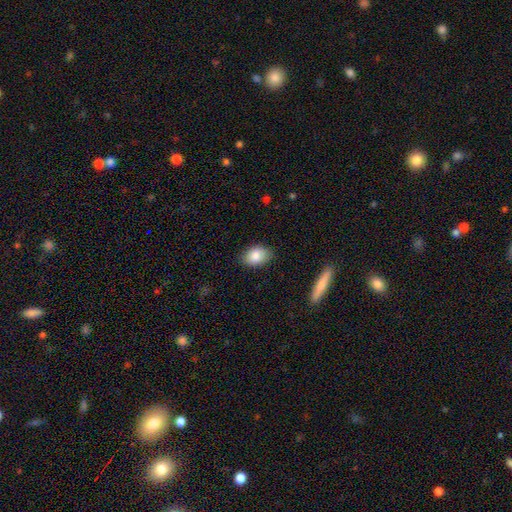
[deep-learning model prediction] Overall: smooth (85%). How rounded: in between (82%). Merging: none (83%).